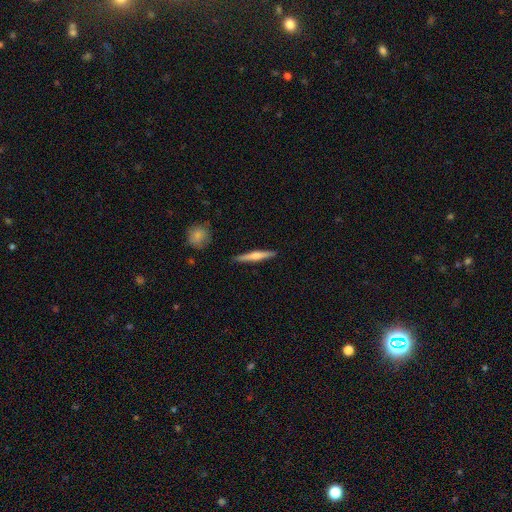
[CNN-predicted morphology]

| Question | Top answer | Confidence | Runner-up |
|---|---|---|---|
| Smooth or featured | featured or disk | 50% | smooth (45%) |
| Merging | none | 90% | minor disturbance (7%) |